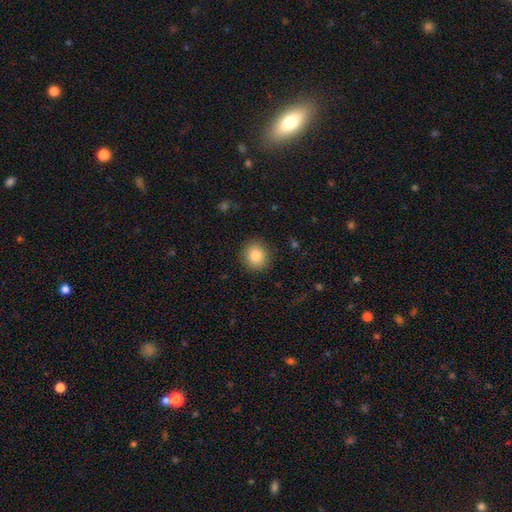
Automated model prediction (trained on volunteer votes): Q: Smooth or featured?
A: smooth (83%); runner-up: star or artifact (10%)
Q: How rounded?
A: round (86%); runner-up: in between (13%)
Q: Merging?
A: none (90%); runner-up: minor disturbance (7%)